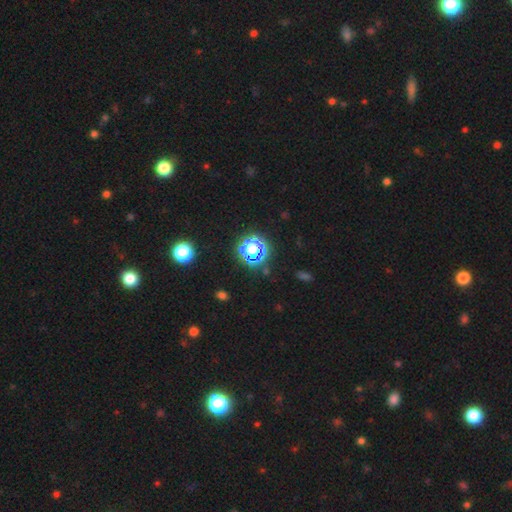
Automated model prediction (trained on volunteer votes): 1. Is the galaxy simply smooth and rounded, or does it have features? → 70% star or artifact, 23% smooth, 7% featured or disk.